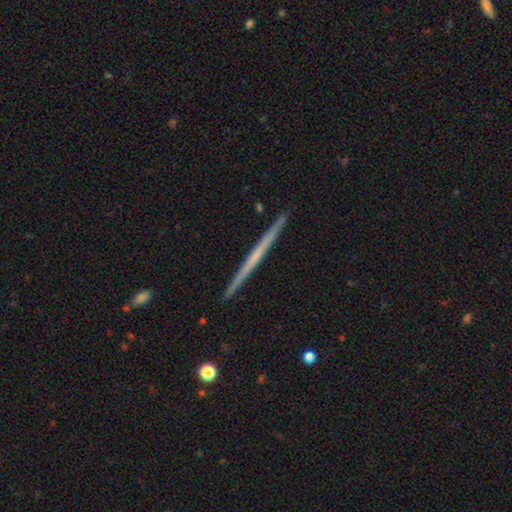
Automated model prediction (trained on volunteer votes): A featured or disk galaxy (63%) viewed edge-on (98%) with no central bulge (87%). Merging: none (93%).